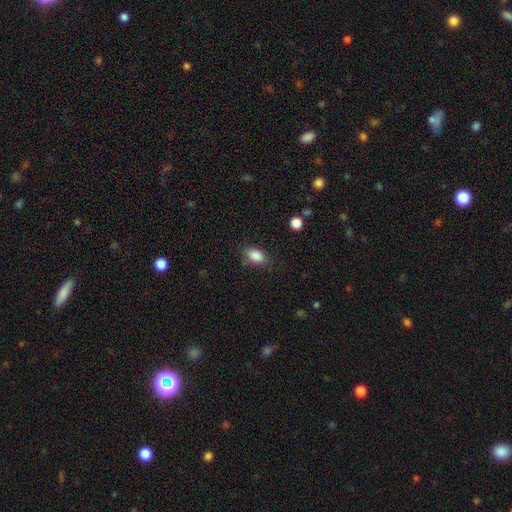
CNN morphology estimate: A smooth galaxy with no disk features (87%) that is in between round and cigar-shaped (85%).

Vote fractions:
- Smooth or featured? smooth: 87% / star or artifact: 8% / featured or disk: 5%
- How rounded? in between: 85% / round: 14% / cigar-shaped: 2%
- Merging? none: 77% / minor disturbance: 17% / major disturbance: 5% / merger: 2%